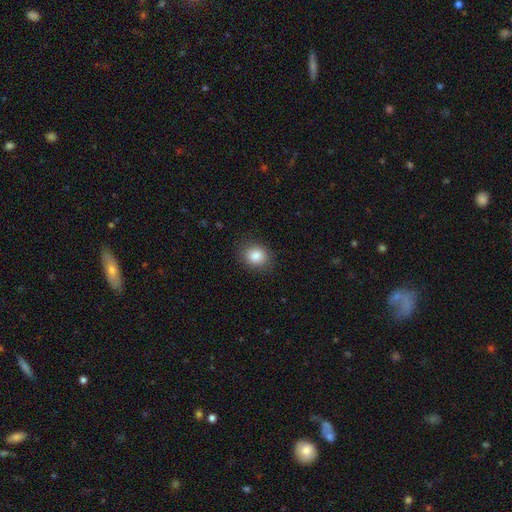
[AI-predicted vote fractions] A smooth galaxy with no disk features (85%) that is round (58%).

Vote fractions:
- Smooth or featured? smooth: 85% / star or artifact: 9% / featured or disk: 5%
- How rounded? round: 58% / in between: 41% / cigar-shaped: 1%
- Merging? none: 86% / minor disturbance: 10% / major disturbance: 3% / merger: 1%